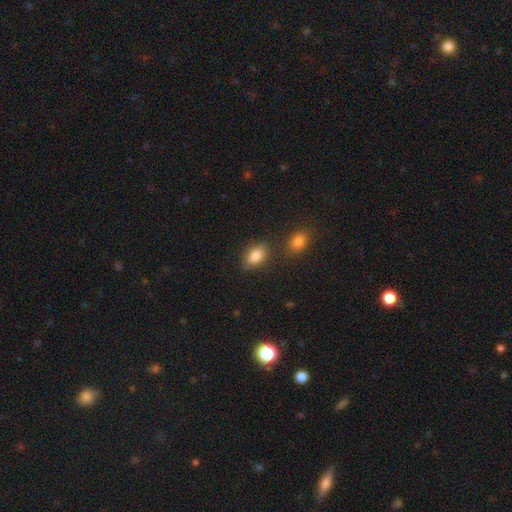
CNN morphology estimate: This is clearly a smooth galaxy (85%). How rounded: clearly in between (85%). Merging: likely none (73%).